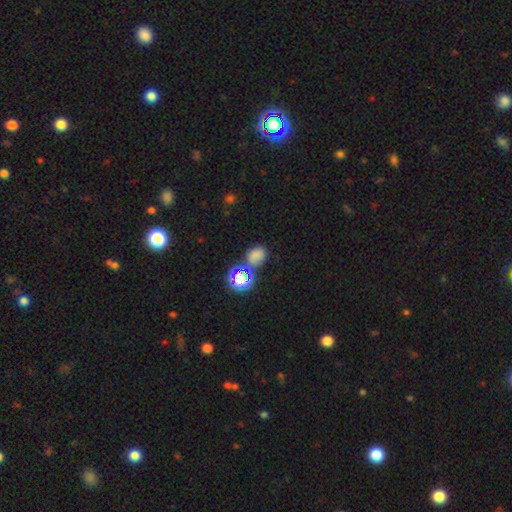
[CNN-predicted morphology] Smooth or featured? Predicted: smooth (p=0.64). How rounded? Predicted: round (p=0.51). Merging? Predicted: none (p=0.54).